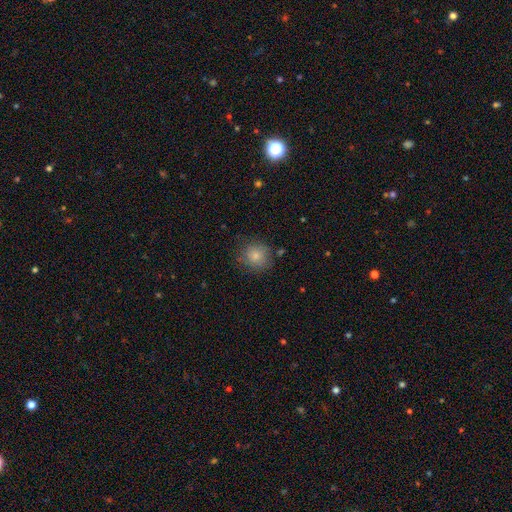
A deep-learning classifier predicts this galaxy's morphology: smooth 82%, star or artifact 10%, featured or disk 8%. Down the decision tree: how rounded — round (90%); merging — none (78%).